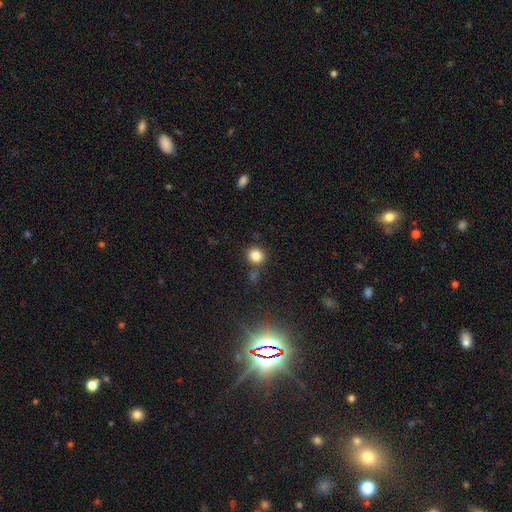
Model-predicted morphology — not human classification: Q: Smooth or featured?
A: smooth (83%); runner-up: star or artifact (12%)
Q: How rounded?
A: round (86%); runner-up: in between (13%)
Q: Merging?
A: none (76%); runner-up: minor disturbance (11%)